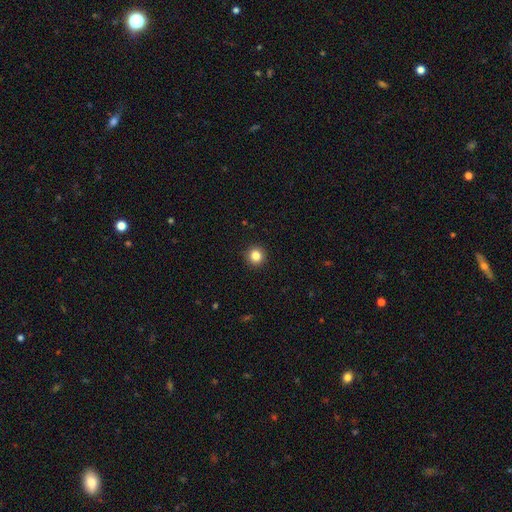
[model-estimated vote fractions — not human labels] smooth 83%, star or artifact 12%, featured or disk 5%. Down the decision tree: how rounded — round (94%); merging — none (93%).